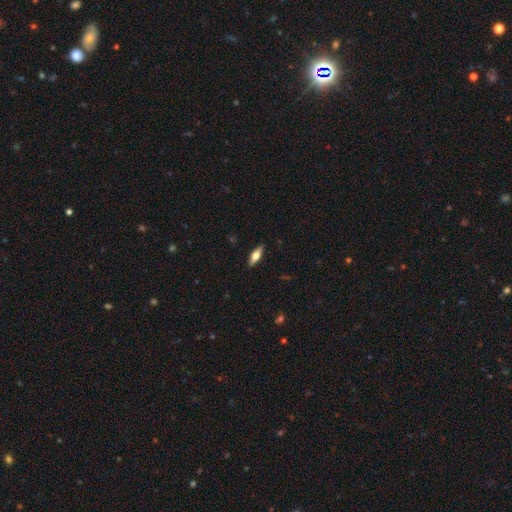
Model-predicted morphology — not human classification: smooth_or_featured: smooth (p=0.47) [alt: featured or disk p=0.46]
merging: none (p=0.89) [alt: minor disturbance p=0.09]